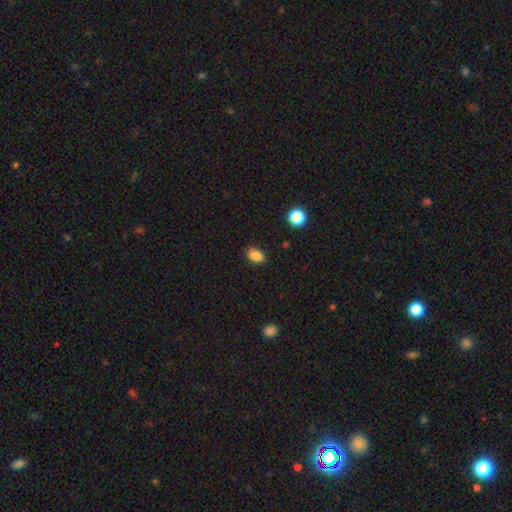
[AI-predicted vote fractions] The model was most divided on "how rounded": in between: 76%, round: 23%, cigar-shaped: 1%. More confident: smooth or featured — smooth (86%); merging — none (83%).